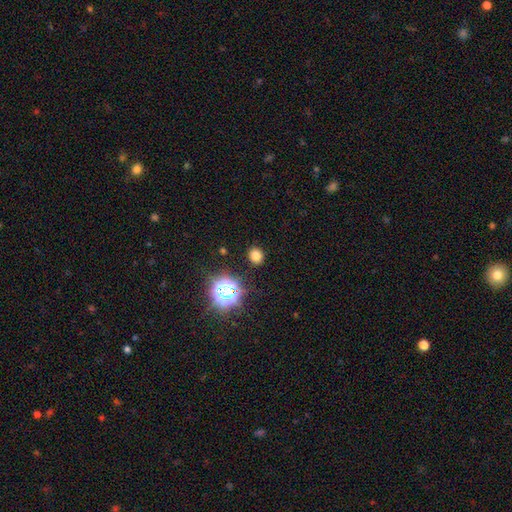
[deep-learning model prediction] Morphology: type=smooth (73%); roundness=round (71%); merging=none (88%).